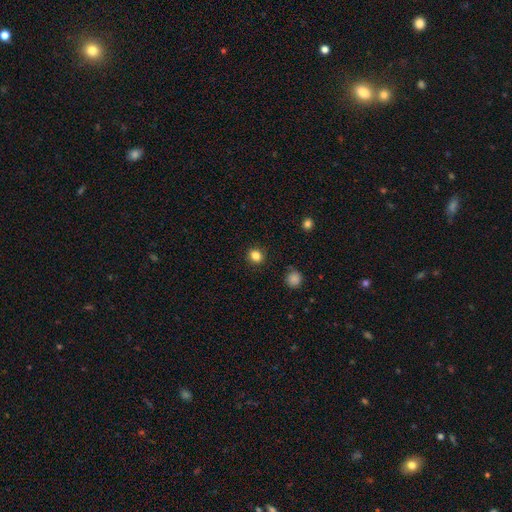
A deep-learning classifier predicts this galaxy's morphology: smooth_or_featured: smooth (p=0.84) [alt: star or artifact p=0.12]
how_rounded: round (p=0.87) [alt: in between p=0.12]
merging: none (p=0.90) [alt: minor disturbance p=0.06]